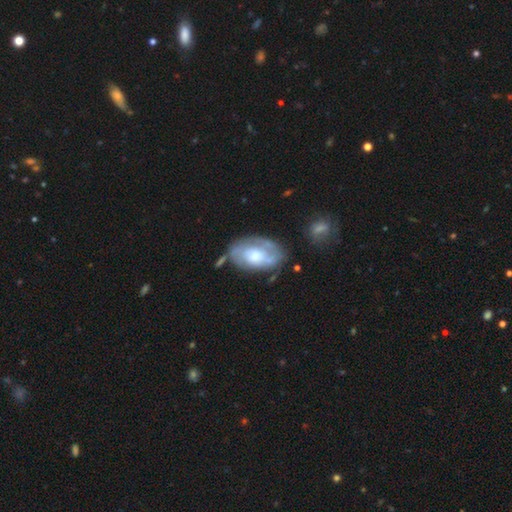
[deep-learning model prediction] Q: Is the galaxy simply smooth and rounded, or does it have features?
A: featured or disk — 61%.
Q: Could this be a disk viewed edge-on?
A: no — 95%.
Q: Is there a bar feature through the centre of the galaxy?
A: no — 73%.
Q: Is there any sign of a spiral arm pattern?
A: yes — 67%.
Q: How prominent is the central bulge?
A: moderate — 41%.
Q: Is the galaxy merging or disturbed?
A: none — 54%.